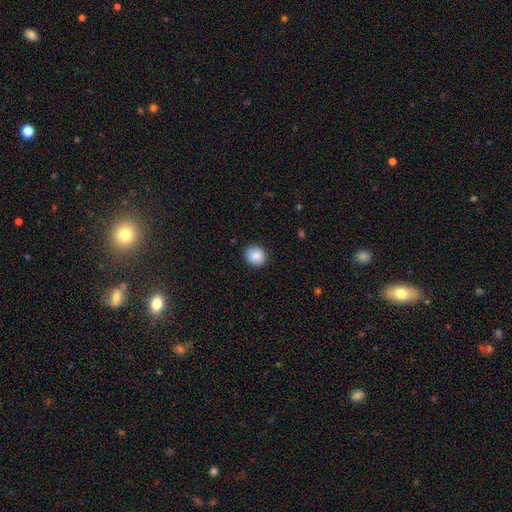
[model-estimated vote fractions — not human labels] Smooth or featured? Predicted: smooth (p=0.88). How rounded? Predicted: round (p=0.77). Merging? Predicted: none (p=0.88).